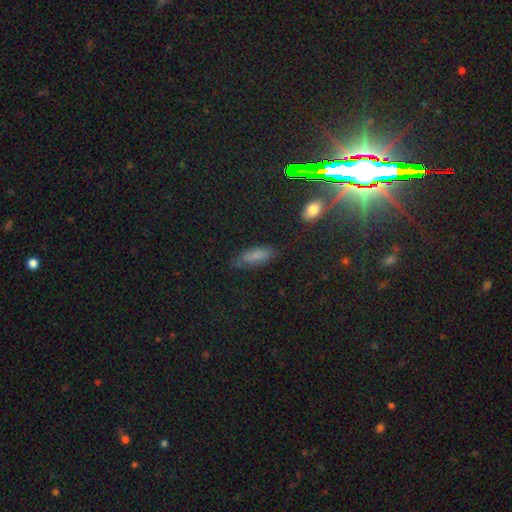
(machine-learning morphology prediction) type=smooth (74%); roundness=in between (67%); merging=none (71%).